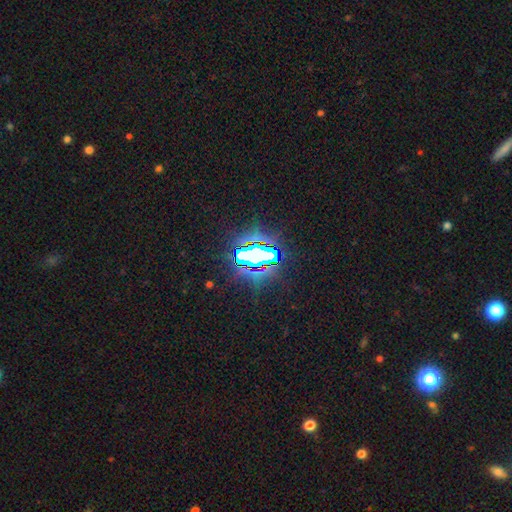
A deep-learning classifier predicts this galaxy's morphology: Overall: star or artifact (74%).